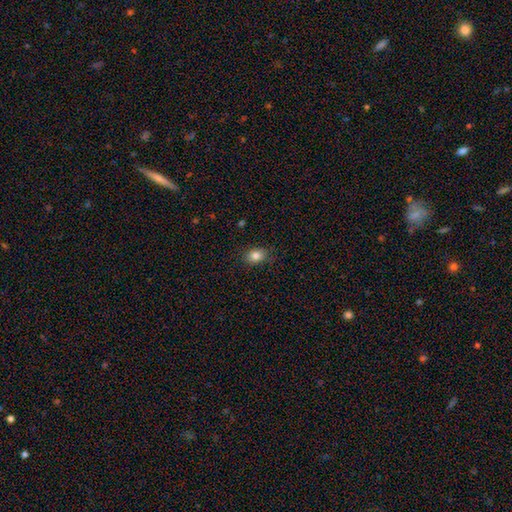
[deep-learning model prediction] Morphology: type=smooth (83%); roundness=in between (62%); merging=none (84%).